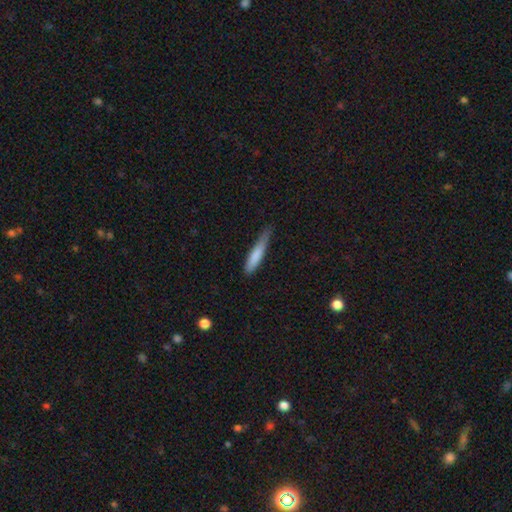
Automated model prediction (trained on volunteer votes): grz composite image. It shows a smooth galaxy with no disk features (80%) that is cigar-shaped (88%). Merging: none (53%).